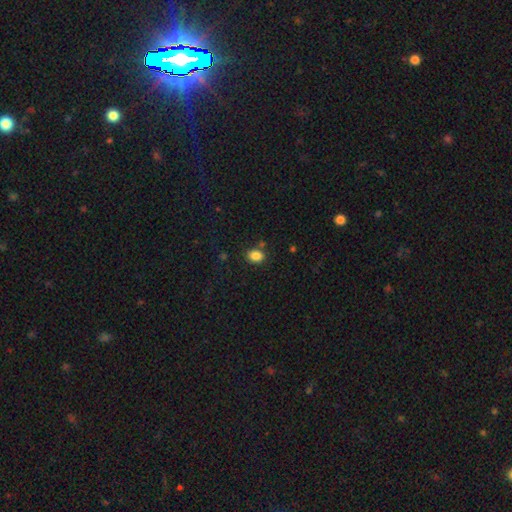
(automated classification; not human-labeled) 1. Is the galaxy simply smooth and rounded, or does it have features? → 85% smooth, 10% star or artifact, 5% featured or disk.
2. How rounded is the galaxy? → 63% in between, 36% round, 1% cigar-shaped.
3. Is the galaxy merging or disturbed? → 80% none, 11% minor disturbance, 6% merger, 3% major disturbance.